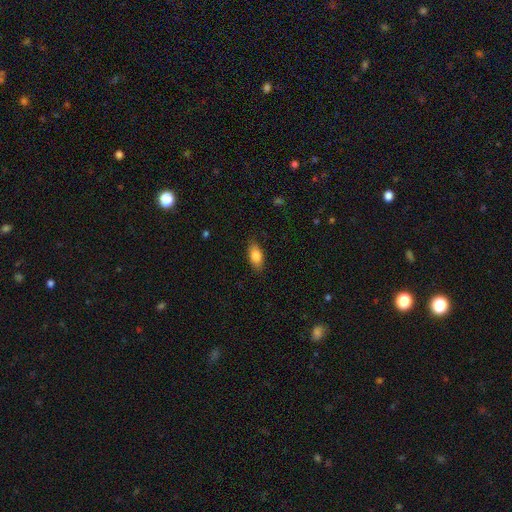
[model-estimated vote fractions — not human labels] The model was most divided on "smooth or featured": smooth: 83%, featured or disk: 10%, star or artifact: 7%. More confident: how rounded — in between (88%); merging — none (85%).